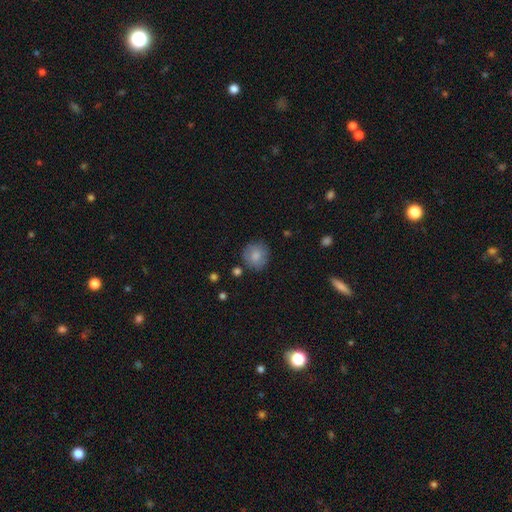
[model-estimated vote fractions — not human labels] Smooth or featured? Predicted: smooth (p=0.83). How rounded? Predicted: round (p=0.92). Merging? Predicted: none (p=0.82).